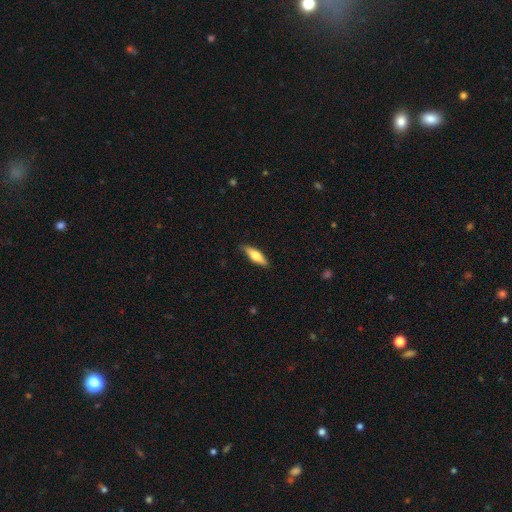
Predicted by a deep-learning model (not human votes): Smooth or featured: smooth — 57% (featured or disk — 38%)
How rounded: cigar-shaped — 59% (in between — 39%)
Merging: none — 86% (minor disturbance — 11%)